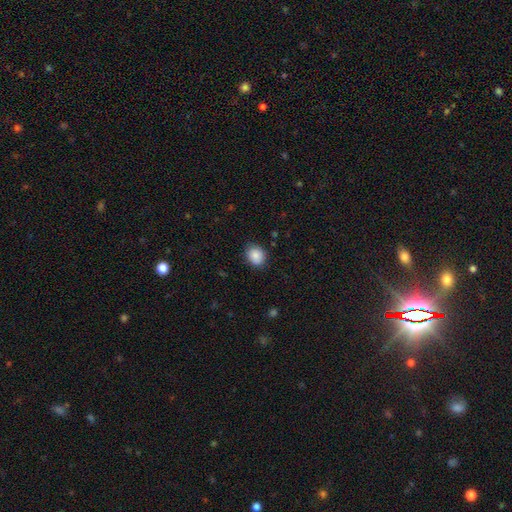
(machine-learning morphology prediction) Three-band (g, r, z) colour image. It shows a smooth galaxy with no disk features (88%) that is round (62%). Merging: none (85%).